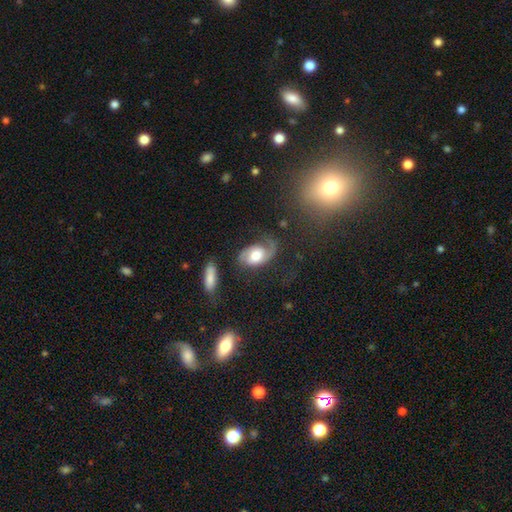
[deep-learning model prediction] A featured or disk galaxy (71%) with no bar (63%), 2 (68%) medium (43%) spiral arms (92%) and a moderate central bulge (51%). Merging: none (50%).